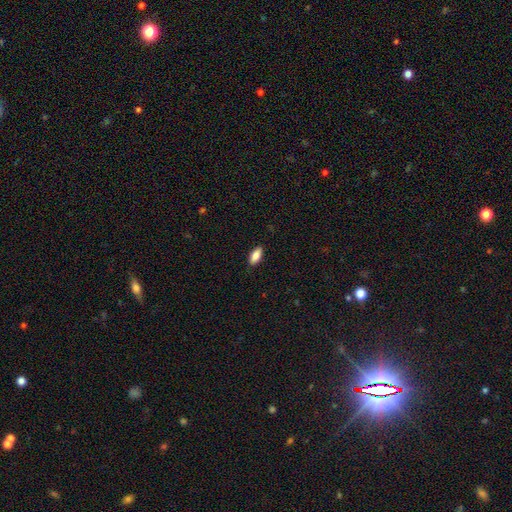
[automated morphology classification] smooth 85%, featured or disk 8%, star or artifact 7%. Down the decision tree: how rounded — in between (86%); merging — none (88%).